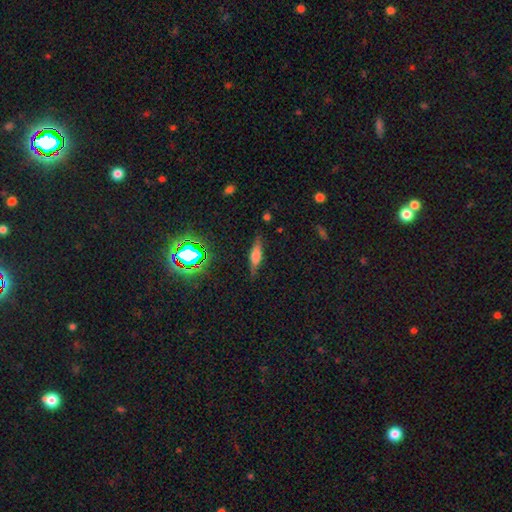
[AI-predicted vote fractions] Overall: smooth (50%; featured or disk 37%). Merging: none (81%).